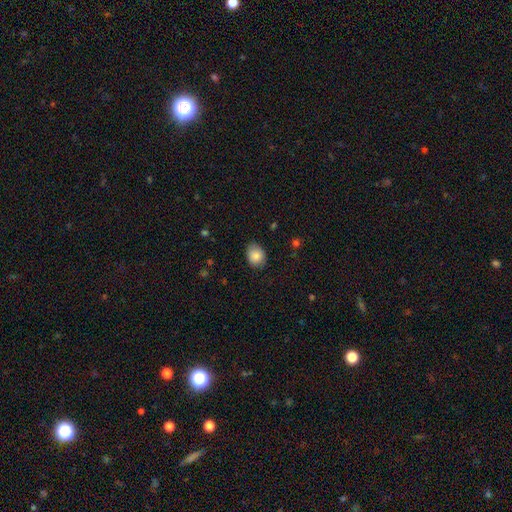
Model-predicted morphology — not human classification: Smooth or featured: smooth — 84% (star or artifact — 8%)
How rounded: in between — 52% (round — 47%)
Merging: none — 79% (minor disturbance — 17%)